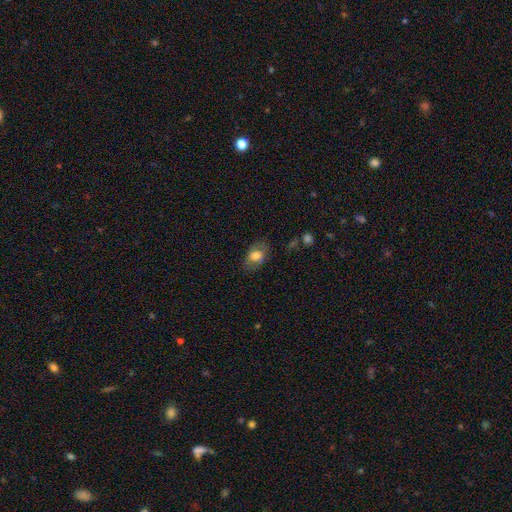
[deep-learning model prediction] Overall: smooth (72%). How rounded: in between (83%). Merging: none (73%).